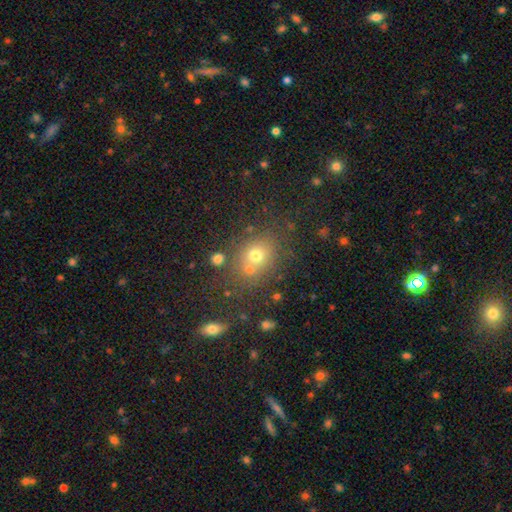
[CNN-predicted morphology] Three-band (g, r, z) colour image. It shows a smooth galaxy with no disk features (68%) that is round (65%). Merging: none (62%).